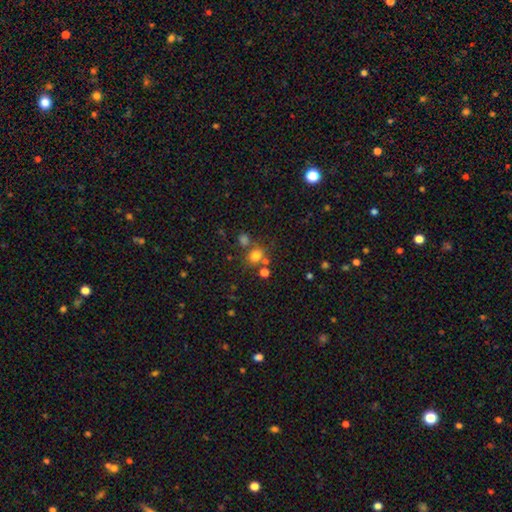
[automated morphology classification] Smooth or featured: smooth — 74% (star or artifact — 18%)
How rounded: round — 77% (in between — 23%)
Merging: none — 67% (merger — 18%)